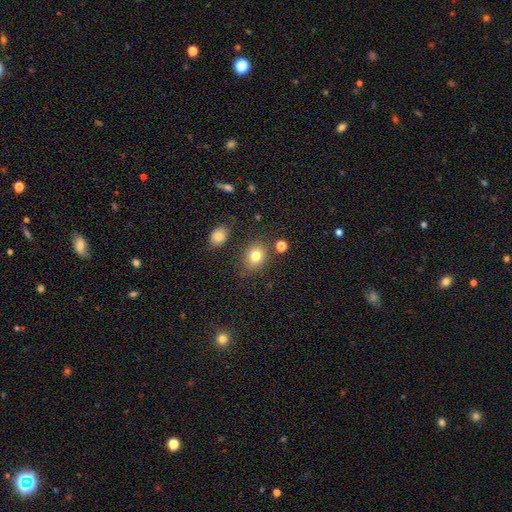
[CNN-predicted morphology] Smooth or featured? smooth (79%)
How rounded? round (56%)
Merging? none (79%)